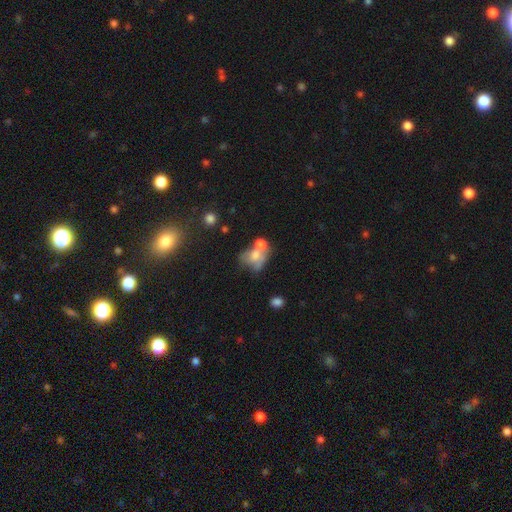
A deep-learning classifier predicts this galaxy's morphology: A smooth galaxy with no disk features (59%) that is in between round and cigar-shaped (60%). Merging: merger (54%).